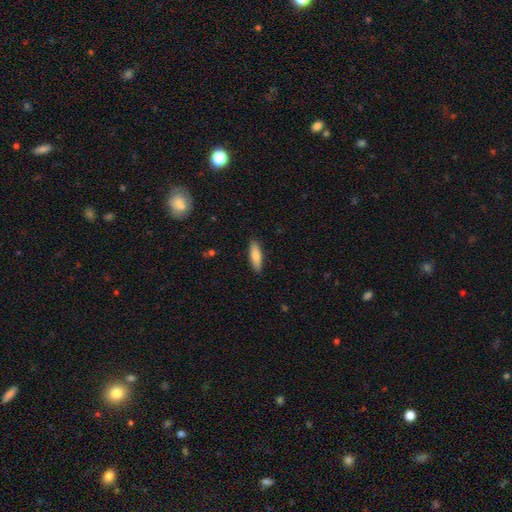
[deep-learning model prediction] smooth 78%, featured or disk 16%, star or artifact 6%. Down the decision tree: how rounded — cigar-shaped (50%); merging — none (88%).